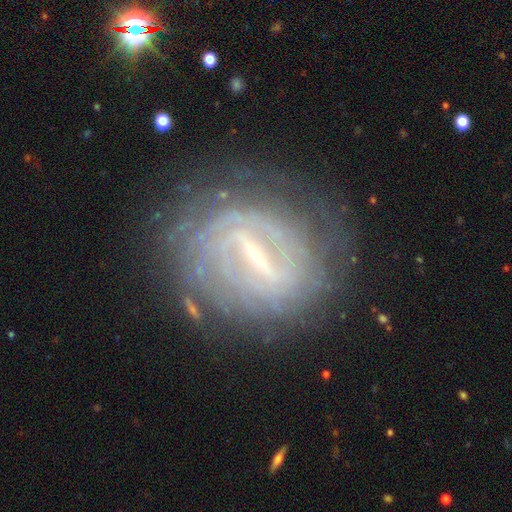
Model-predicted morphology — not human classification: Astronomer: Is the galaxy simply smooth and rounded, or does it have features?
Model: featured or disk — 85%.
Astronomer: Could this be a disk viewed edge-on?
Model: no — 92%.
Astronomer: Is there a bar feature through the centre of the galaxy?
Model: strong — 74%.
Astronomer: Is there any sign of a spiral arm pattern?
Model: yes — 79%.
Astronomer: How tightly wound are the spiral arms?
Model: tight — 74%.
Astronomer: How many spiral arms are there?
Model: can't tell — 54%.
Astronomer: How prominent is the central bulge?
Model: small — 57%.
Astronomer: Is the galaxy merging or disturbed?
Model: none — 77%.